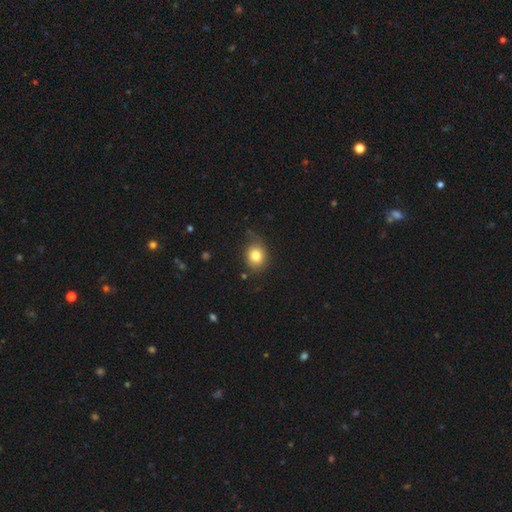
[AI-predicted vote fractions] Q: Smooth or featured?
A: smooth (80%); runner-up: star or artifact (10%)
Q: How rounded?
A: round (58%); runner-up: in between (41%)
Q: Merging?
A: none (70%); runner-up: minor disturbance (22%)